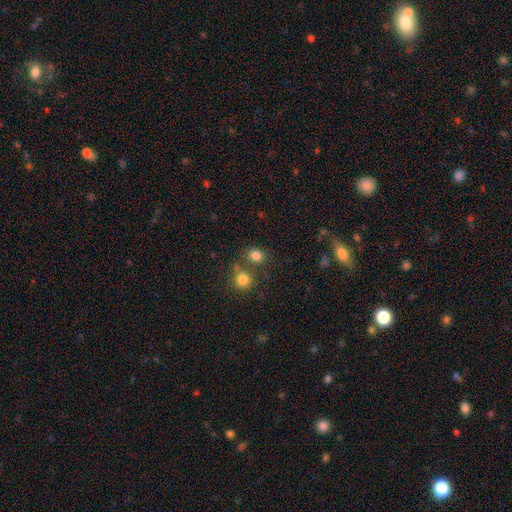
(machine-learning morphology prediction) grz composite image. It shows a smooth galaxy with no disk features (81%) that is round (66%). Merging: none (65%).